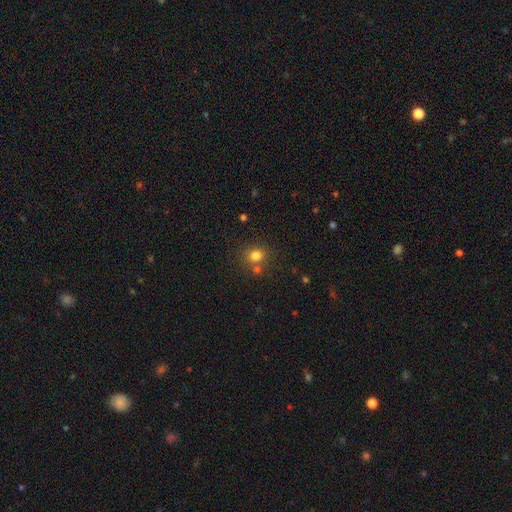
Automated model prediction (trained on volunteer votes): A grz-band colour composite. It shows a smooth galaxy with no disk features (79%) that is round (67%). Merging: none (67%).